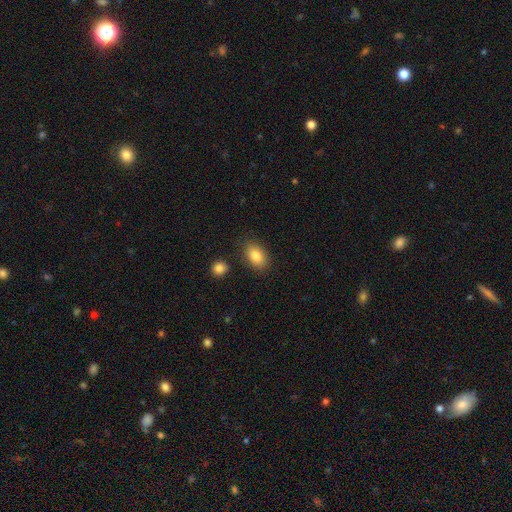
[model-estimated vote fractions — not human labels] Overall: smooth (86%). How rounded: in between (87%). Merging: none (83%).